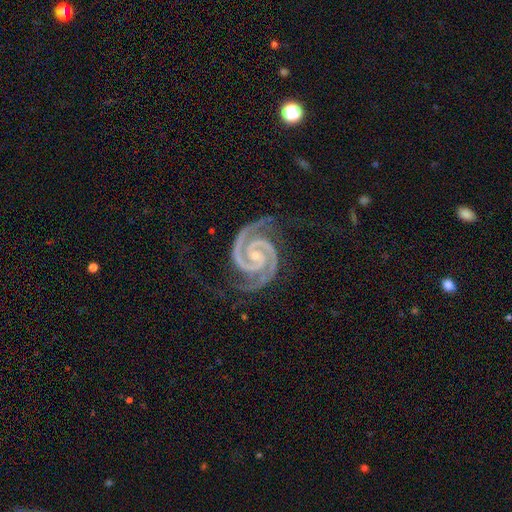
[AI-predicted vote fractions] This is clearly a featured or disk galaxy (95%). It is clearly not viewed edge-on (99%). Bar: possibly no (57%). Spiral arm pattern: clearly yes (99%). Spiral arm count: clearly 2 (93%). Spiral winding: likely tight (66%). Central bulge: likely small (72%). Merging: likely none (74%).